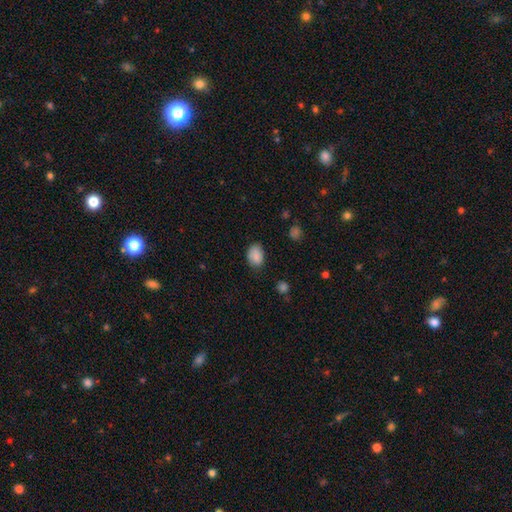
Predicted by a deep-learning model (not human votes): smooth 87%, star or artifact 8%, featured or disk 5%. Down the decision tree: how rounded — in between (81%); merging — none (75%).